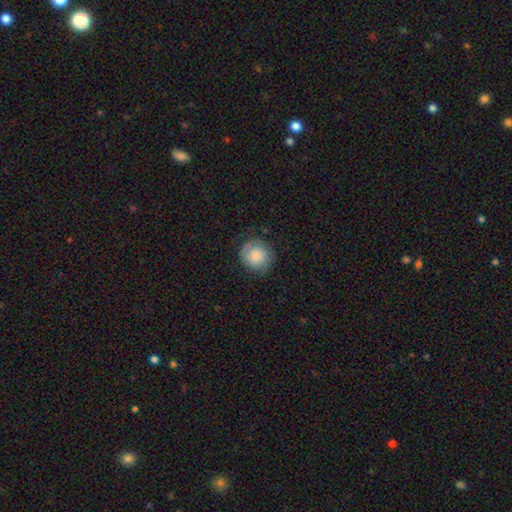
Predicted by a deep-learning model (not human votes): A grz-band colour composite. It shows a smooth galaxy with no disk features (74%) that is round (87%). Merging: none (73%).